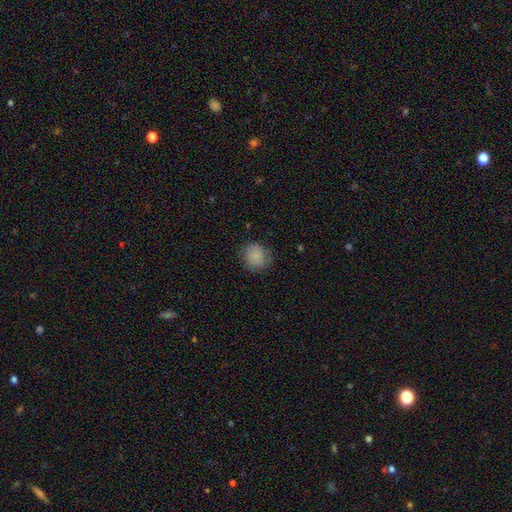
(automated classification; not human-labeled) Morphology: type=smooth (83%); roundness=round (86%); merging=none (78%).